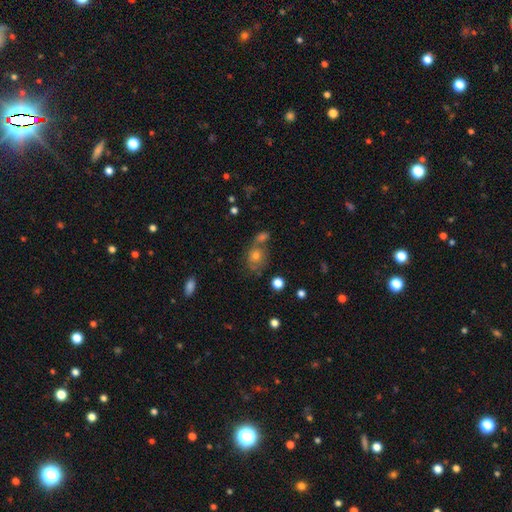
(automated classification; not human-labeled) smooth_or_featured: smooth (p=0.58) [alt: star or artifact p=0.21]
how_rounded: round (p=0.63) [alt: in between p=0.35]
merging: none (p=0.53) [alt: merger p=0.27]